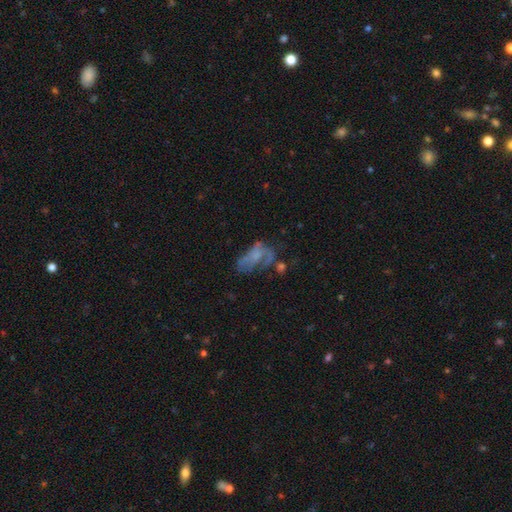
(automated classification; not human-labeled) The model was most divided on "merging": major disturbance: 38%, none: 28%, minor disturbance: 18%, merger: 16%. More confident: edge-on disk — no (96%); bar — no (80%); spiral arms — no (62%); smooth or featured — featured or disk (54%); bulge size — none (53%).